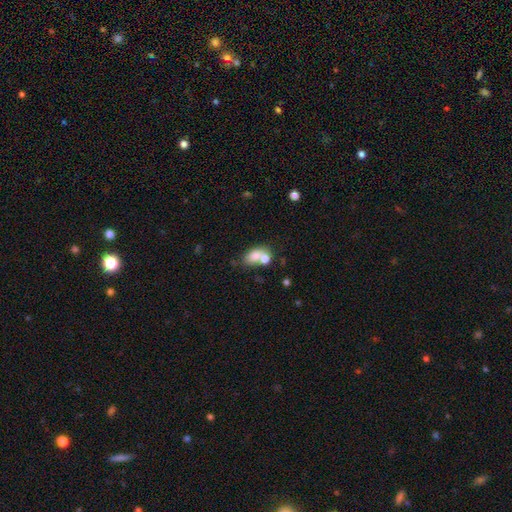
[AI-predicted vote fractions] A smooth galaxy with no disk features (73%) that is in between round and cigar-shaped (79%).

Vote fractions:
- Smooth or featured? smooth: 73% / featured or disk: 17% / star or artifact: 10%
- How rounded? in between: 79% / round: 19% / cigar-shaped: 2%
- Merging? merger: 47% / none: 35% / minor disturbance: 12% / major disturbance: 6%